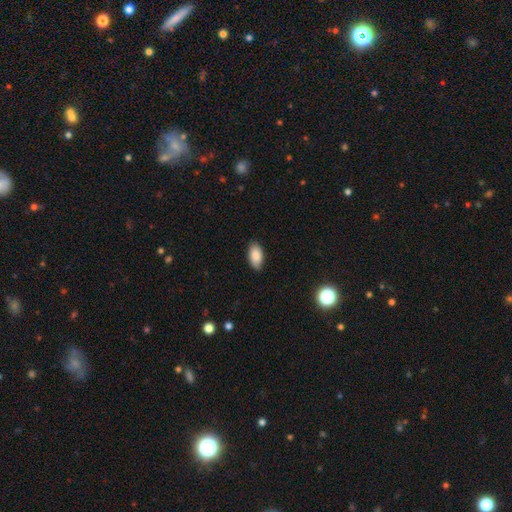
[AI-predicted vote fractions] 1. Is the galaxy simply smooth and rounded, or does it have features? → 88% smooth, 7% star or artifact, 5% featured or disk.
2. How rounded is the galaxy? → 94% in between, 3% cigar-shaped, 3% round.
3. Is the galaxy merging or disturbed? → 86% none, 11% minor disturbance, 2% major disturbance, 1% merger.